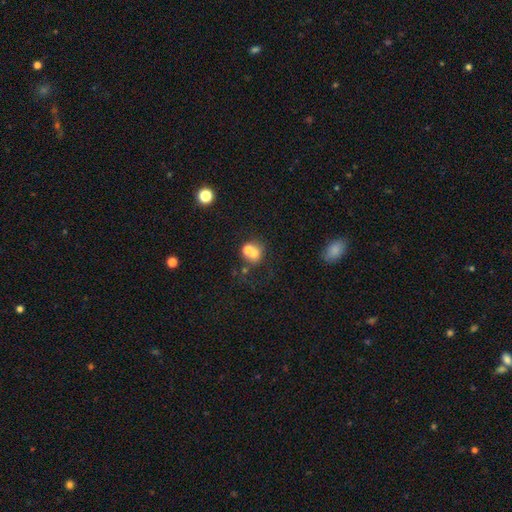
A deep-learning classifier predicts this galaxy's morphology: smooth-or-featured: smooth: 51% | star or artifact: 37% | featured or disk: 13%
  how-rounded: round: 62% | in between: 35% | cigar-shaped: 3%
  merging: none: 61% | merger: 14% | minor disturbance: 14% | major disturbance: 12%